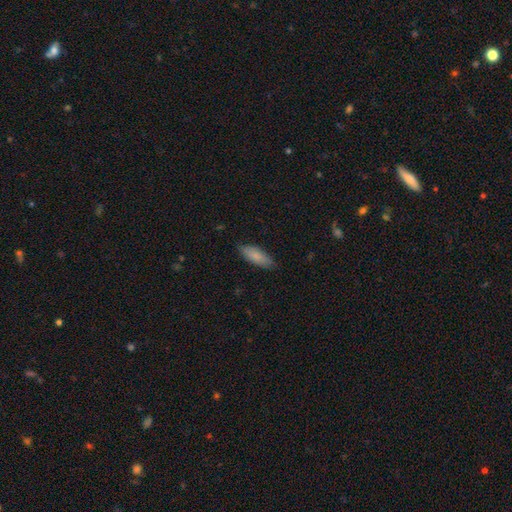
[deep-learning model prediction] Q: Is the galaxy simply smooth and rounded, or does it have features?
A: smooth — 83%.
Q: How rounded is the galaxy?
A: in between — 64%.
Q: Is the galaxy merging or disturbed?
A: none — 83%.